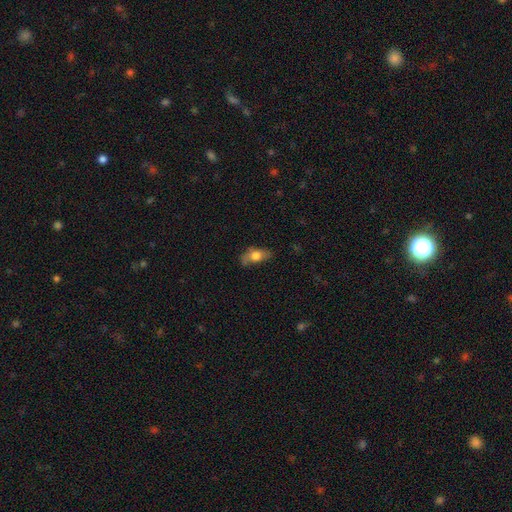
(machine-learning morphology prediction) type=smooth (69%); roundness=in between (82%); merging=none (50%).